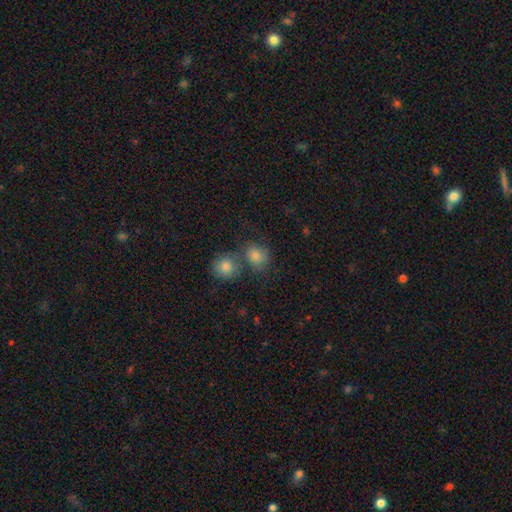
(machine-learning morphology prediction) Q: Smooth or featured?
A: smooth (79%); runner-up: star or artifact (12%)
Q: How rounded?
A: round (66%); runner-up: in between (33%)
Q: Merging?
A: none (46%); runner-up: merger (37%)